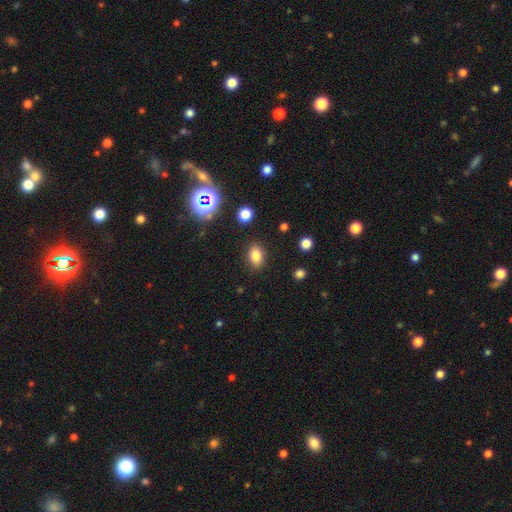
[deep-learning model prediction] Smooth or featured?
  - smooth: 79% *
  - star or artifact: 13%
  - featured or disk: 8%
How rounded?
  - in between: 78% *
  - round: 20%
  - cigar-shaped: 2%
Merging?
  - none: 86% *
  - minor disturbance: 9%
  - major disturbance: 3%
  - merger: 2%